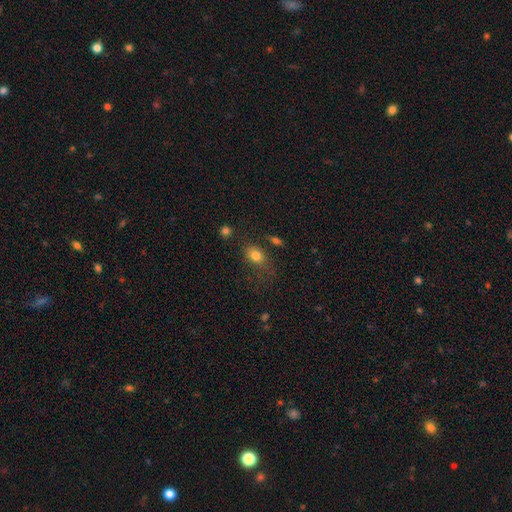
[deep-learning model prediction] This appears to be a smooth galaxy with no disk features (80%) that is in between round and cigar-shaped (72%). Merging: none (59%).